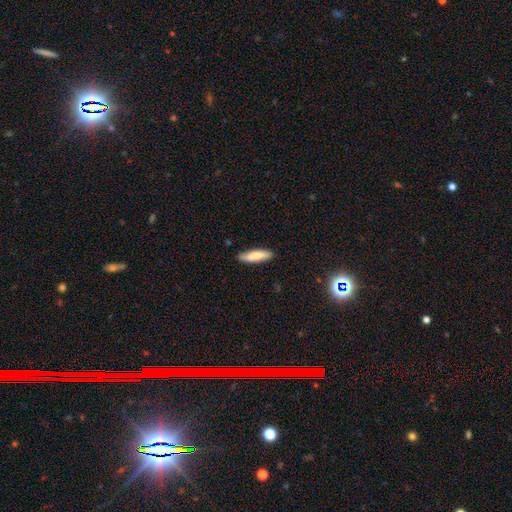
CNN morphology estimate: smooth-or-featured: smooth: 77% | featured or disk: 17% | star or artifact: 6%
  how-rounded: cigar-shaped: 66% | in between: 32% | round: 2%
  merging: none: 85% | minor disturbance: 12% | major disturbance: 2% | merger: 1%